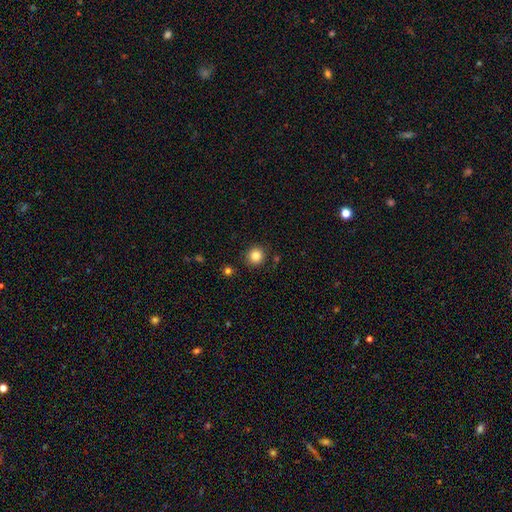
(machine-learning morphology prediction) type=smooth (83%); roundness=round (93%); merging=none (89%).